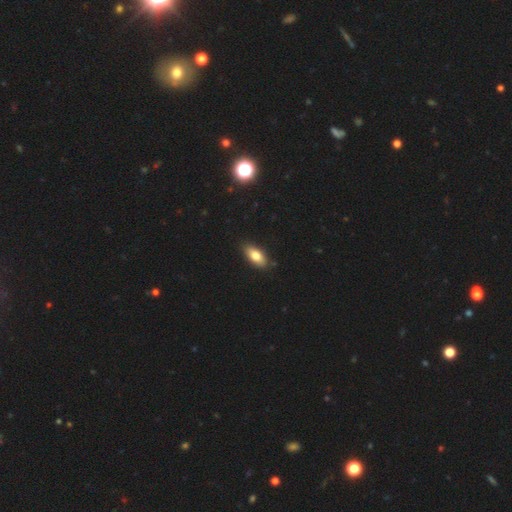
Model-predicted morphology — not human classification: smooth_or_featured: smooth (p=0.79) [alt: featured or disk p=0.13]
how_rounded: in between (p=0.86) [alt: cigar-shaped p=0.10]
merging: none (p=0.85) [alt: minor disturbance p=0.12]